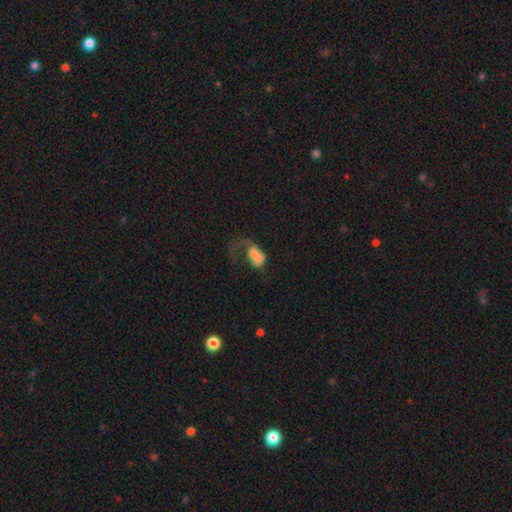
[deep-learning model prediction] Overall: smooth (56%; featured or disk 34%). How rounded: in between (84%). Merging: major disturbance (63%).